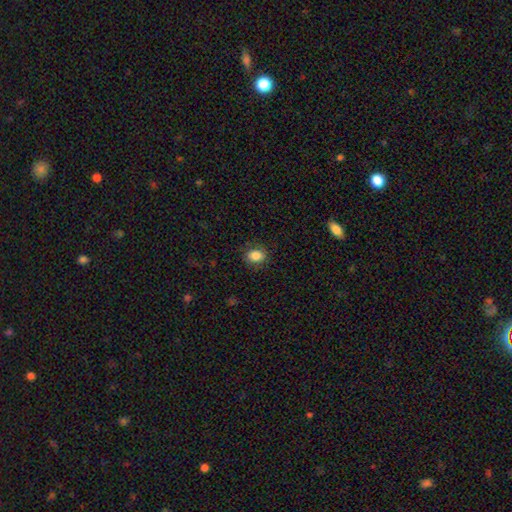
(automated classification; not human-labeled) smooth 85%, star or artifact 9%, featured or disk 6%. Down the decision tree: how rounded — in between (58%); merging — none (83%).